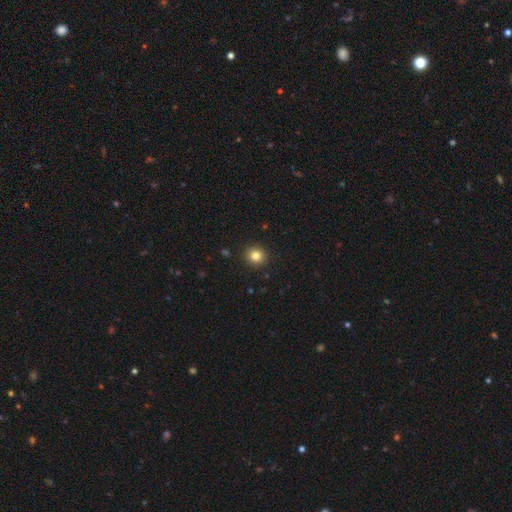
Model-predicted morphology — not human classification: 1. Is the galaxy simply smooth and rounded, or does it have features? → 82% smooth, 12% star or artifact, 6% featured or disk.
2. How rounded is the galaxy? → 92% round, 7% in between, 1% cigar-shaped.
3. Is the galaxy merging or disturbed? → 92% none, 5% minor disturbance, 2% major disturbance, 1% merger.